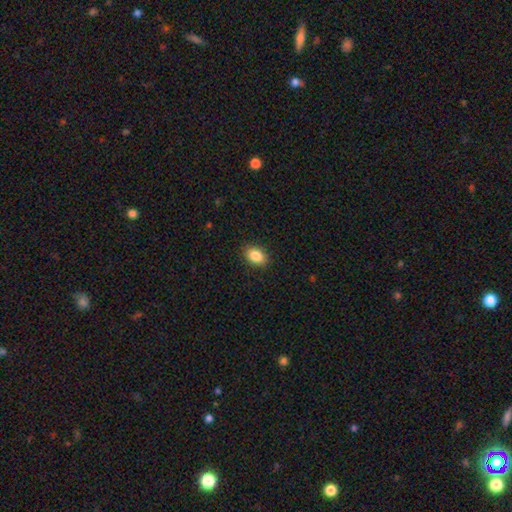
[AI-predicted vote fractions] Smooth or featured?
  - smooth: 86% *
  - star or artifact: 8%
  - featured or disk: 5%
How rounded?
  - in between: 84% *
  - round: 15%
  - cigar-shaped: 1%
Merging?
  - none: 89% *
  - minor disturbance: 8%
  - major disturbance: 2%
  - merger: 1%